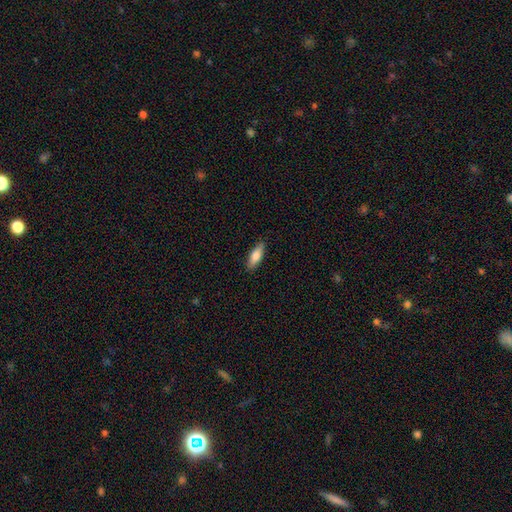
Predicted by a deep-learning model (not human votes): Smooth or featured: smooth — 78% (featured or disk — 16%)
How rounded: in between — 58% (cigar-shaped — 40%)
Merging: none — 87% (minor disturbance — 10%)